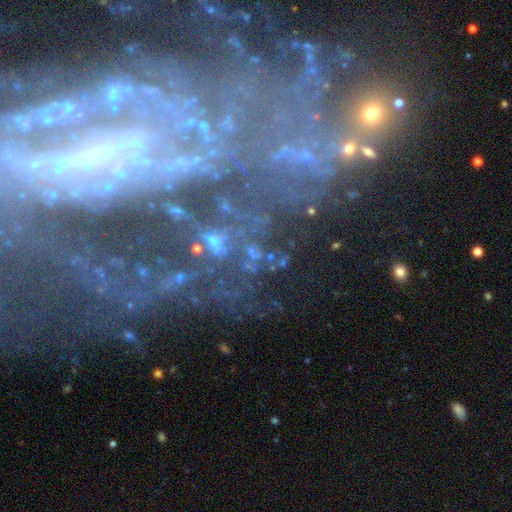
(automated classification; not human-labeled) Smooth or featured? Predicted: featured or disk (p=0.49). Merging? Predicted: none (p=0.54).